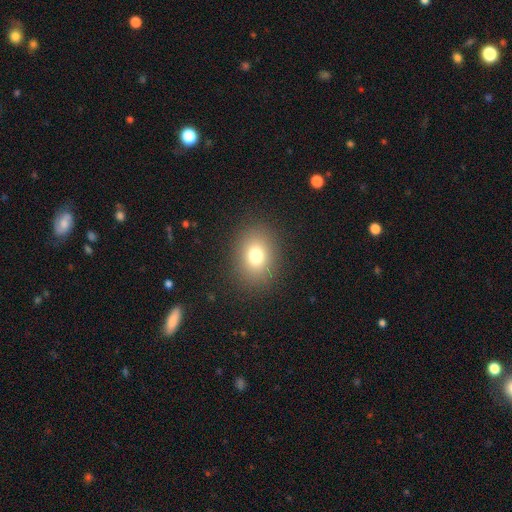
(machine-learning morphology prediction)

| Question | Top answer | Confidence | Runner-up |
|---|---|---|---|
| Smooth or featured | smooth | 76% | star or artifact (14%) |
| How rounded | in between | 53% | round (46%) |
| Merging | none | 88% | minor disturbance (8%) |